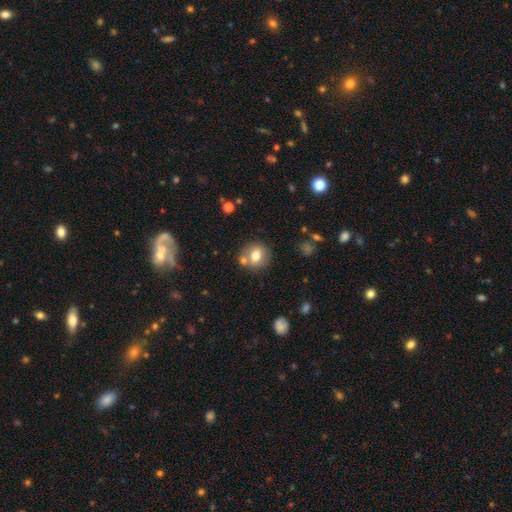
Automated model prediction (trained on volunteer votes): Smooth or featured? smooth (71%)
How rounded? round (76%)
Merging? none (69%)